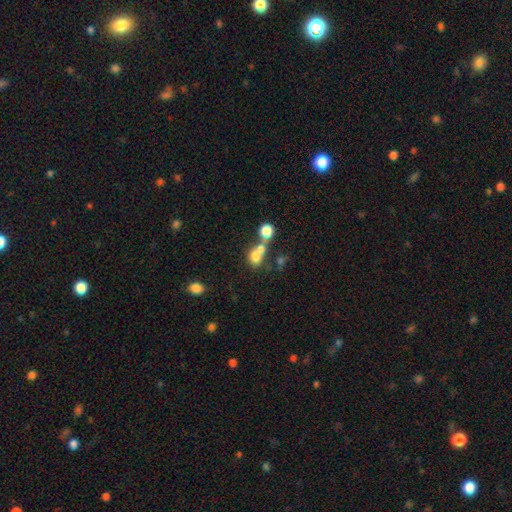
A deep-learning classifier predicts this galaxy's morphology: Smooth or featured? Predicted: smooth (p=0.72). How rounded? Predicted: round (p=0.63). Merging? Predicted: merger (p=0.54).